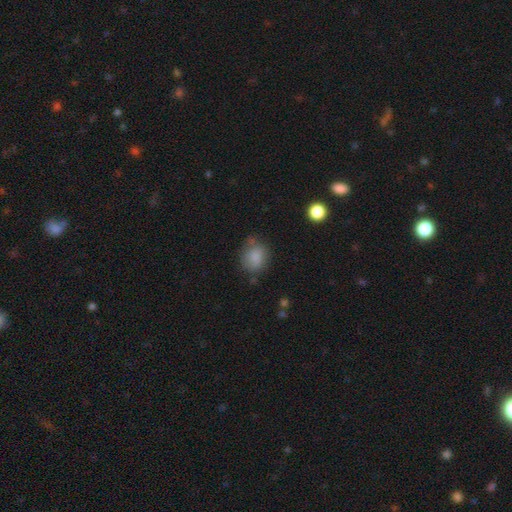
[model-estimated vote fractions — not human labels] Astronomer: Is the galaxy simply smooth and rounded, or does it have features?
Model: smooth — 83%.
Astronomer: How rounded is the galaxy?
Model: round — 60% (runner-up: in between, 39%).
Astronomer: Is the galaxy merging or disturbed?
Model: none — 62%.